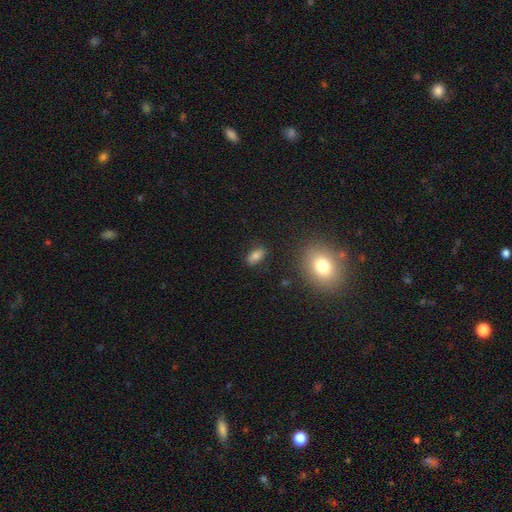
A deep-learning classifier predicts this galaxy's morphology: Q: Smooth or featured?
A: smooth (78%); runner-up: star or artifact (11%)
Q: How rounded?
A: in between (88%); runner-up: round (8%)
Q: Merging?
A: none (85%); runner-up: minor disturbance (11%)